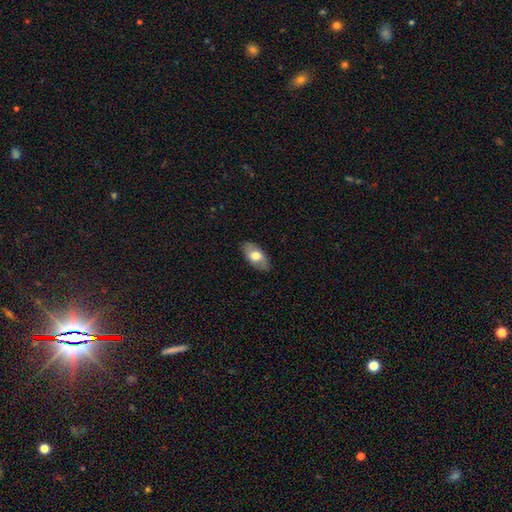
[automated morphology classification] Smooth or featured? smooth (68%)
How rounded? in between (93%)
Merging? none (85%)